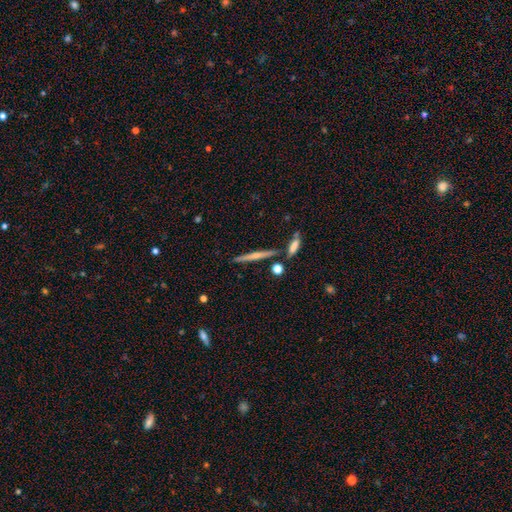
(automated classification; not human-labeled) featured or disk 52%, smooth 40%, star or artifact 7%. Down the decision tree: edge-on disk — yes (96%); edge-on bulge — rounded (53%); merging — none (81%).